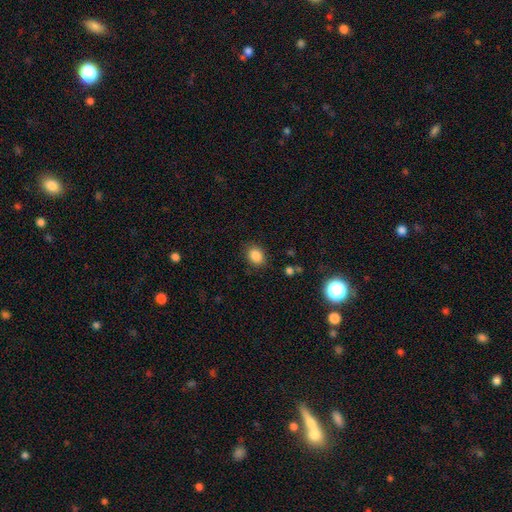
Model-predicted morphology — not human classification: Smooth or featured: smooth — 86% (star or artifact — 10%)
How rounded: in between — 53% (round — 46%)
Merging: none — 84% (minor disturbance — 11%)